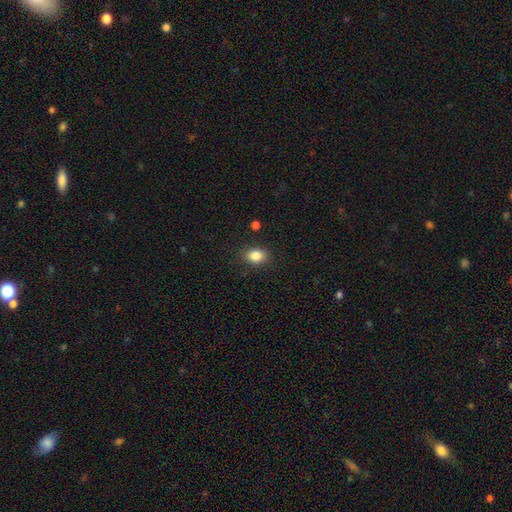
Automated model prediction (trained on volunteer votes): Morphology: type=smooth (85%); roundness=in between (68%); merging=none (85%).